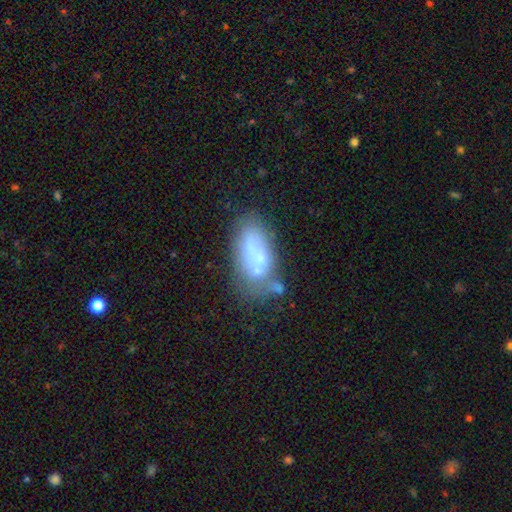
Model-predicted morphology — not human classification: A smooth galaxy with no disk features (52%) that is in between round and cigar-shaped (87%). Merging: none (36%).